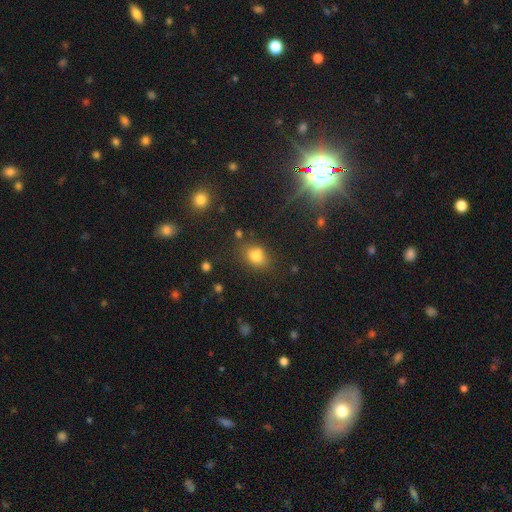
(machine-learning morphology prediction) The model was most divided on "how rounded": in between: 57%, round: 41%, cigar-shaped: 2%. More confident: smooth or featured — smooth (76%); merging — none (66%).